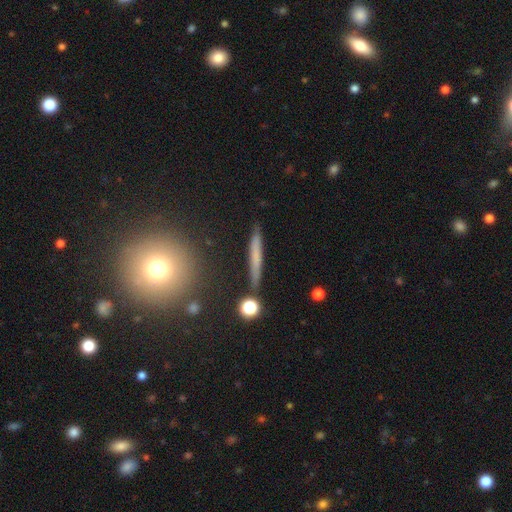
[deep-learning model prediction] The model was most divided on "smooth or featured": smooth: 55%, featured or disk: 37%, star or artifact: 8%. More confident: how rounded — cigar-shaped (92%); merging — none (87%).